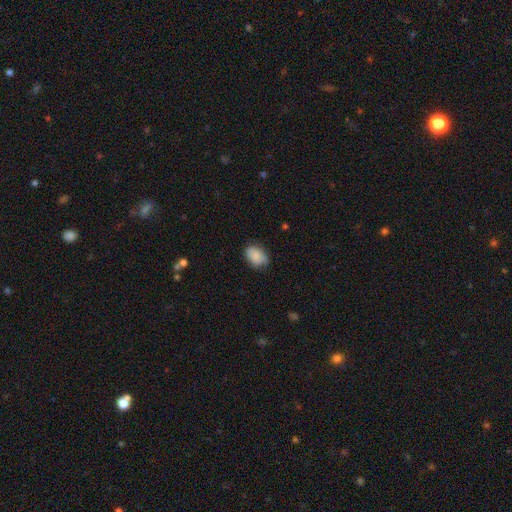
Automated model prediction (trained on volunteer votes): smooth_or_featured: smooth (p=0.82) [alt: featured or disk p=0.10]
how_rounded: in between (p=0.80) [alt: round p=0.18]
merging: none (p=0.68) [alt: minor disturbance p=0.26]